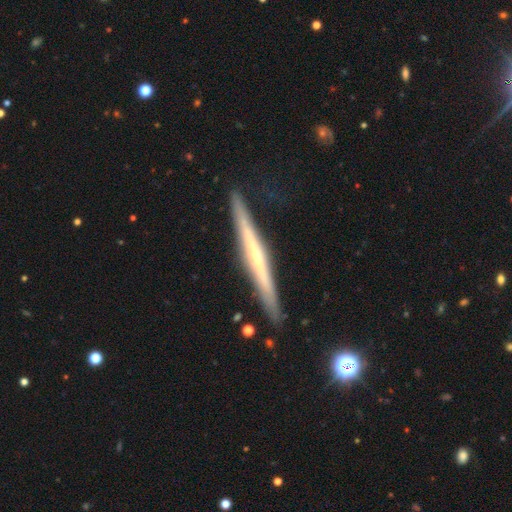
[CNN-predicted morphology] Smooth or featured?
  - featured or disk: 68% *
  - smooth: 26%
  - star or artifact: 6%
Edge-on disk?
  - yes: 96% *
  - no: 4%
Edge-on bulge?
  - none: 51% *
  - rounded: 43%
  - boxy: 6%
Merging?
  - none: 86% *
  - minor disturbance: 10%
  - major disturbance: 2%
  - merger: 2%